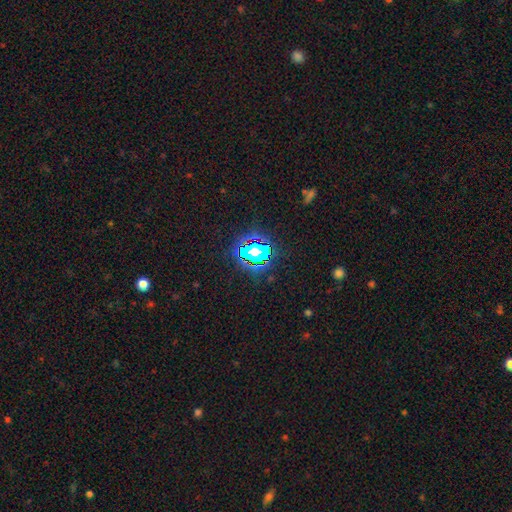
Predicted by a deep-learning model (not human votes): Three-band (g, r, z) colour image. It shows a star or artifact, not a galaxy (57%).